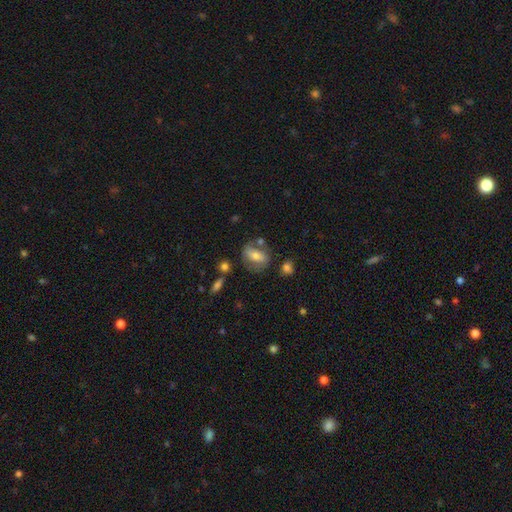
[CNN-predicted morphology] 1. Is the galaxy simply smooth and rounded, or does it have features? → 55% smooth, 36% featured or disk, 8% star or artifact.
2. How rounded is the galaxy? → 72% in between, 23% round, 4% cigar-shaped.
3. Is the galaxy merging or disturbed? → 59% none, 20% minor disturbance, 11% merger, 10% major disturbance.